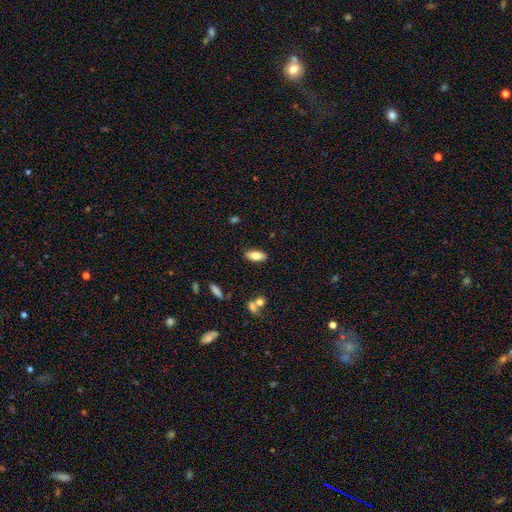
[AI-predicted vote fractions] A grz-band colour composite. It shows a smooth galaxy with no disk features (77%) that is in between round and cigar-shaped (83%). Merging: none (86%).